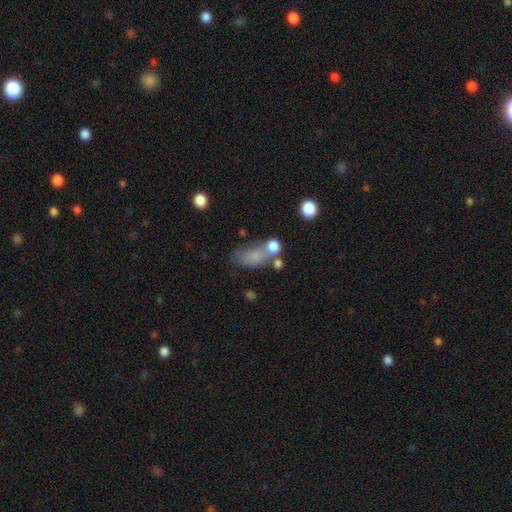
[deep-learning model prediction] Smooth or featured? Predicted: smooth (p=0.72). How rounded? Predicted: in between (p=0.82). Merging? Predicted: none (p=0.40).